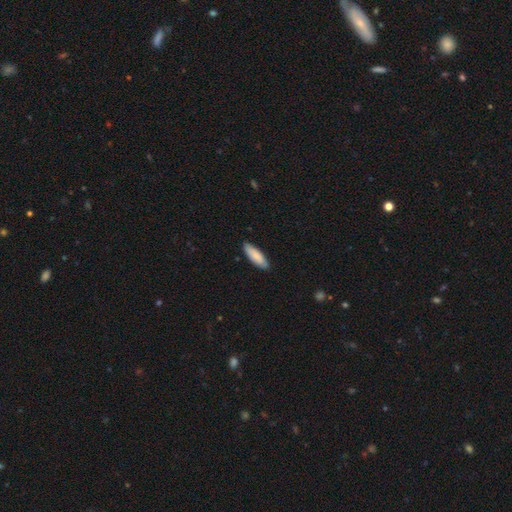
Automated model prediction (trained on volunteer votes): A smooth galaxy with no disk features (84%) that is in between round and cigar-shaped (55%). Merging: none (86%).